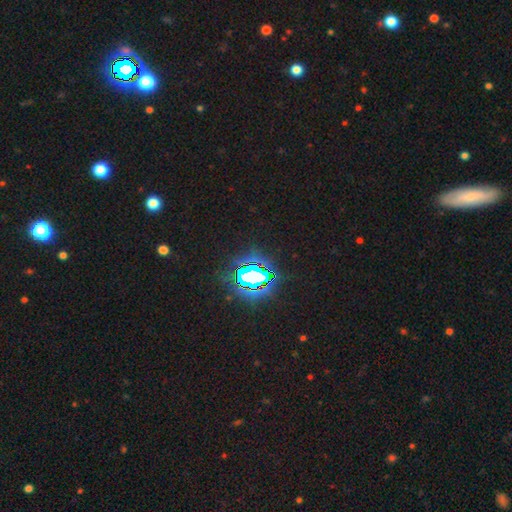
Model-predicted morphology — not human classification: Q: Smooth or featured?
A: star or artifact (83%); runner-up: smooth (10%)